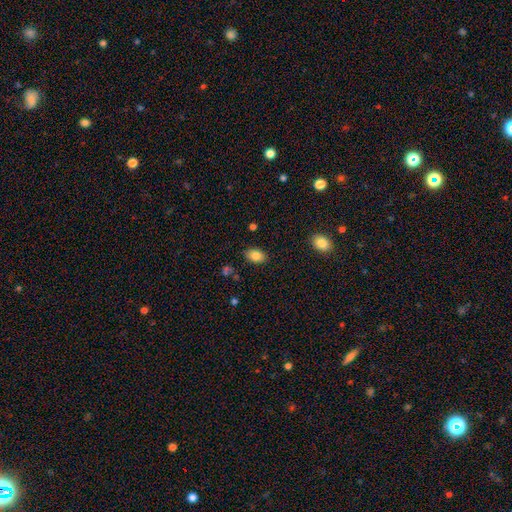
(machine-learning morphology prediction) Overall: smooth (84%). How rounded: in between (87%). Merging: none (85%).